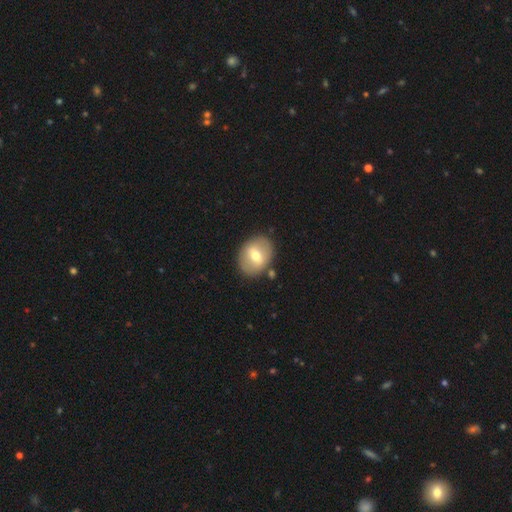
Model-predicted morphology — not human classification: type=smooth (54%); roundness=in between (53%); merging=none (81%).